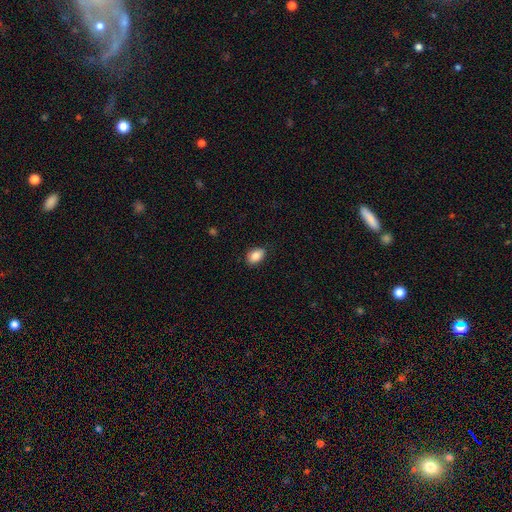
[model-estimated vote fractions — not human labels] smooth 85%, star or artifact 8%, featured or disk 7%. Down the decision tree: how rounded — in between (83%); merging — none (85%).